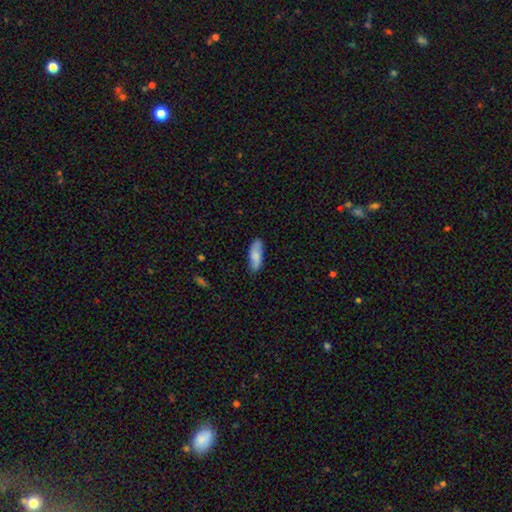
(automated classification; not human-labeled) This appears to be a smooth galaxy with no disk features (72%) that is in between round and cigar-shaped (67%). Merging: none (82%).